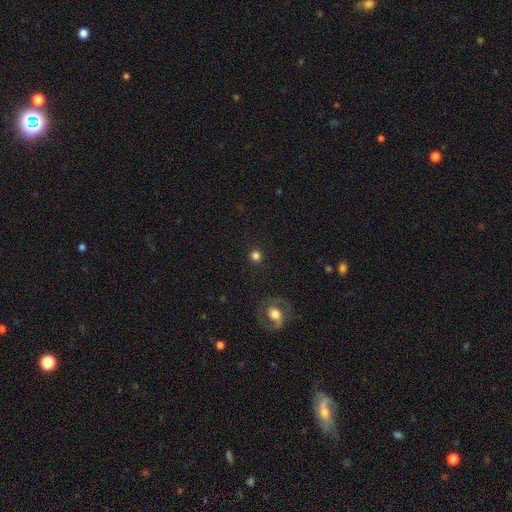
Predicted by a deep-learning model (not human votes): The model was most divided on "smooth or featured": smooth: 80%, star or artifact: 13%, featured or disk: 7%. More confident: how rounded — round (94%); merging — none (90%).